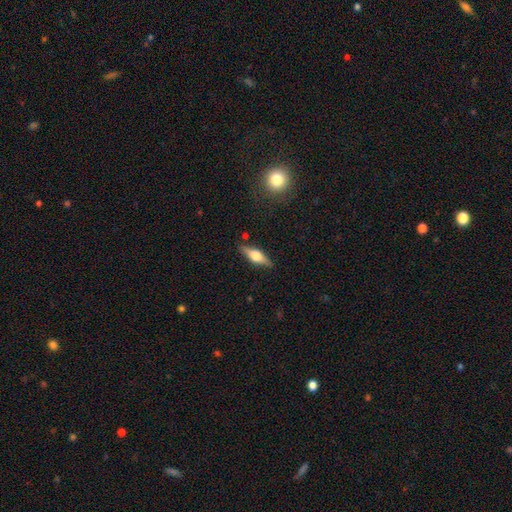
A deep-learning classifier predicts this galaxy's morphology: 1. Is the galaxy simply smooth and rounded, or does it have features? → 58% featured or disk, 35% smooth, 6% star or artifact.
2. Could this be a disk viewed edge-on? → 94% yes, 6% no.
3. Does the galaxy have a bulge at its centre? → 93% rounded, 5% boxy, 2% none.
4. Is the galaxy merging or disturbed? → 86% none, 10% minor disturbance, 2% major disturbance, 2% merger.